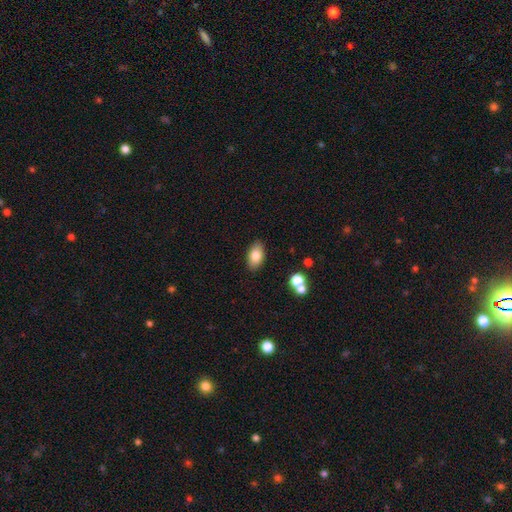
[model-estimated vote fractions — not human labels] A smooth galaxy with no disk features (81%) that is in between round and cigar-shaped (92%).

Vote fractions:
- Smooth or featured? smooth: 81% / featured or disk: 12% / star or artifact: 8%
- How rounded? in between: 92% / round: 6% / cigar-shaped: 2%
- Merging? none: 87% / minor disturbance: 9% / merger: 2% / major disturbance: 2%